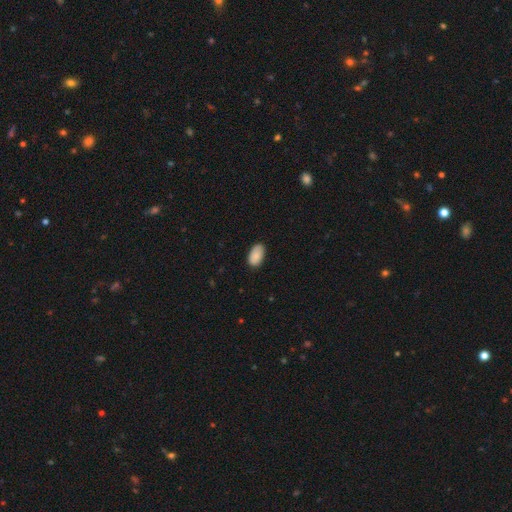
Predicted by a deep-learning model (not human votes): Morphology: type=smooth (88%); roundness=in between (95%); merging=none (83%).